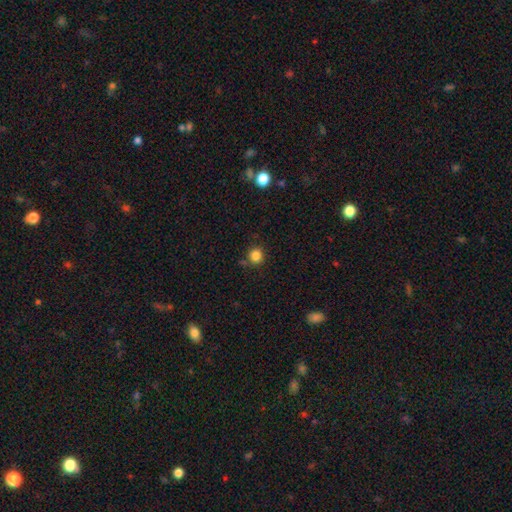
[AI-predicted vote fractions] smooth_or_featured: smooth (p=0.84) [alt: star or artifact p=0.12]
how_rounded: round (p=0.92) [alt: in between p=0.07]
merging: none (p=0.82) [alt: minor disturbance p=0.09]